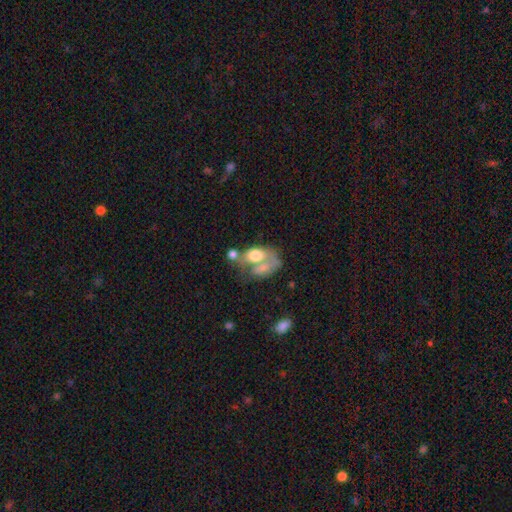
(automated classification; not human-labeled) smooth-or-featured: smooth: 60% | featured or disk: 32% | star or artifact: 9%
  how-rounded: in between: 84% | round: 13% | cigar-shaped: 3%
  merging: merger: 52% | none: 18% | major disturbance: 18% | minor disturbance: 12%